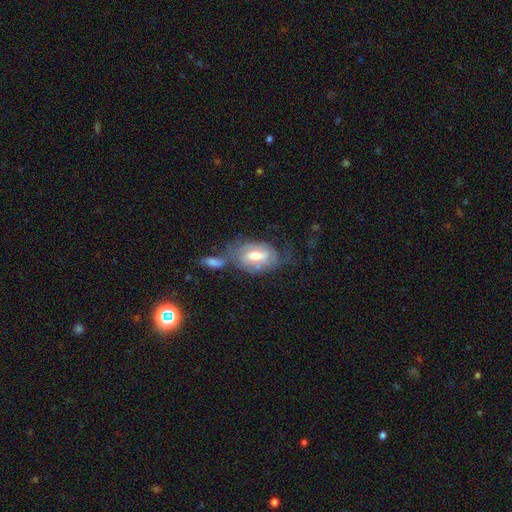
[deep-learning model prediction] smooth-or-featured: featured or disk: 59% | smooth: 34% | star or artifact: 7%
  disk-edge-on: no: 92% | yes: 8%
    bar: weak: 50% | no: 30% | strong: 20%
    has-spiral-arms: yes: 71% | no: 29%
    bulge-size: moderate: 65% | small: 16% | large: 15% | none: 2% | dominant: 1%
  merging: none: 36% | merger: 25% | minor disturbance: 21% | major disturbance: 18%